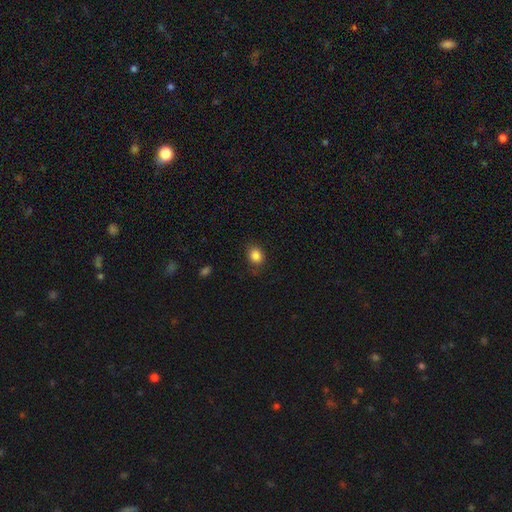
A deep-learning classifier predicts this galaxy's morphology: smooth 85%, star or artifact 10%, featured or disk 5%. Down the decision tree: how rounded — round (60%); merging — none (81%).